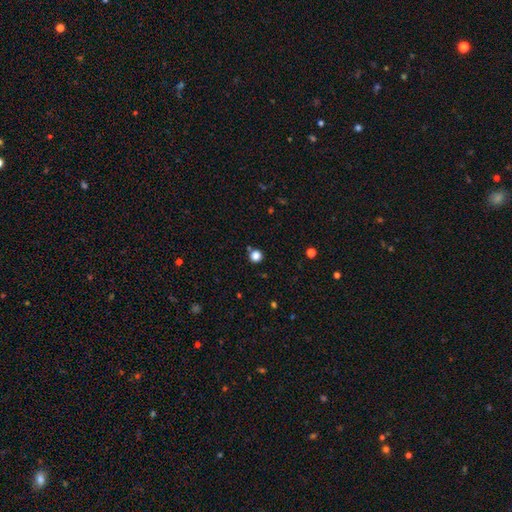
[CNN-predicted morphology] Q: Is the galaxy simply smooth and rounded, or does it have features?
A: smooth — 83%.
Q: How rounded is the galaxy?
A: round — 93%.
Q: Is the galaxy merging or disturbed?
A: none — 85%.